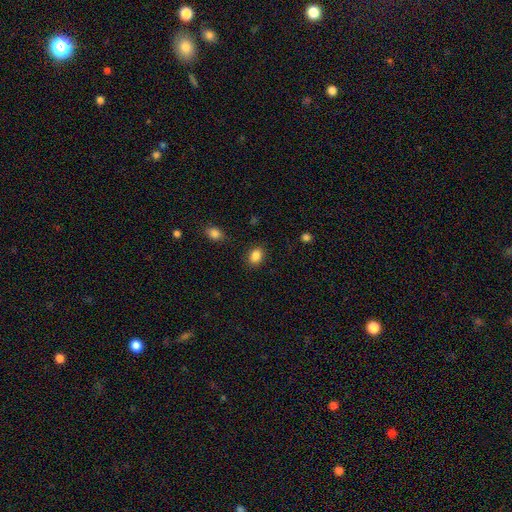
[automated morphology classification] smooth 87%, star or artifact 9%, featured or disk 4%. Down the decision tree: how rounded — in between (67%); merging — none (87%).